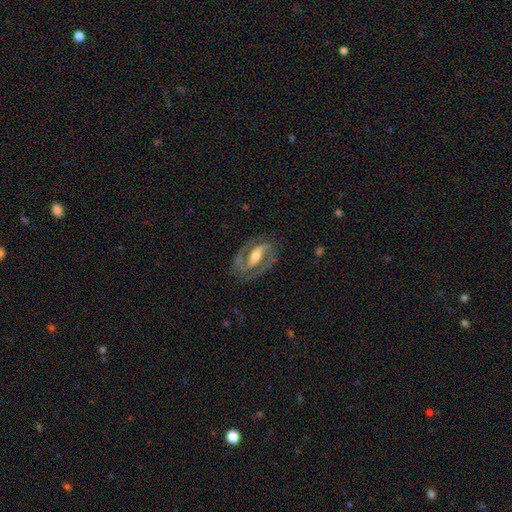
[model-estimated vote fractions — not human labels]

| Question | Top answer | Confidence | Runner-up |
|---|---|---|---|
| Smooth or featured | featured or disk | 86% | smooth (9%) |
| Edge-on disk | no | 95% | yes (5%) |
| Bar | strong | 54% | weak (28%) |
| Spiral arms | yes | 93% | no (7%) |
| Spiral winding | medium | 52% | tight (34%) |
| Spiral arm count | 2 | 90% | can't tell (4%) |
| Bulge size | moderate | 65% | small (23%) |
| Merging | none | 79% | minor disturbance (13%) |